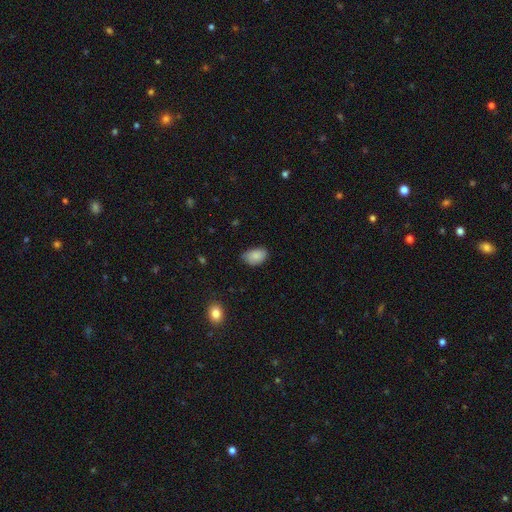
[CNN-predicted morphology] Smooth or featured? smooth (86%)
How rounded? in between (87%)
Merging? none (68%)